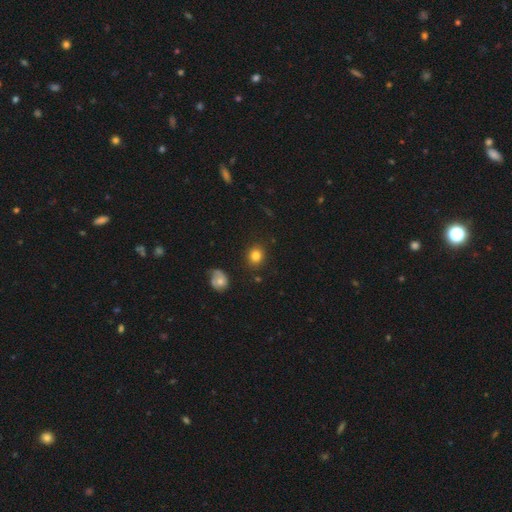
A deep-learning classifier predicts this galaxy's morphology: This is clearly a smooth galaxy (82%). How rounded: likely round (70%). Merging: clearly none (86%).